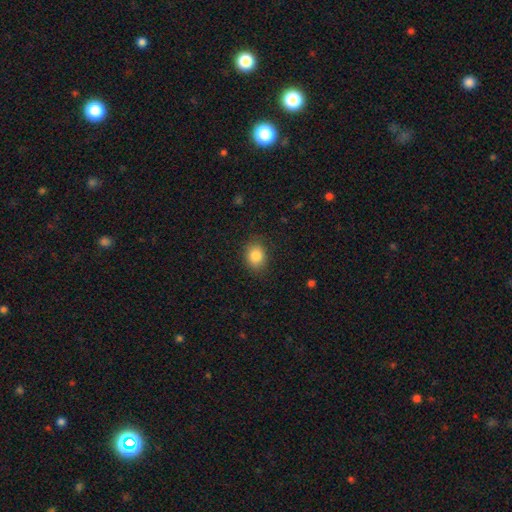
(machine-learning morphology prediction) This is clearly a smooth galaxy (85%). How rounded: possibly in between (50%). Merging: clearly none (84%).